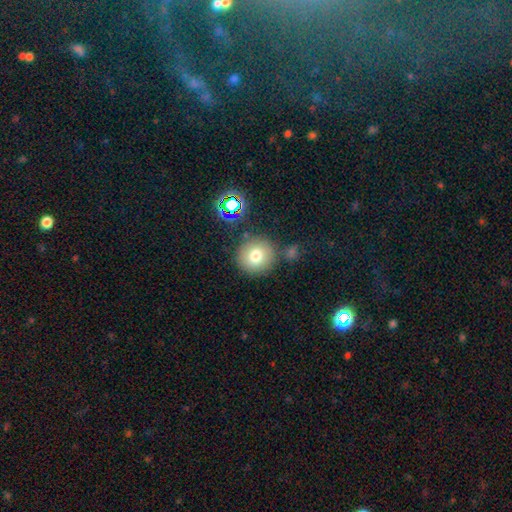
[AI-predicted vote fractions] smooth_or_featured: smooth (p=0.75) [alt: star or artifact p=0.14]
how_rounded: round (p=0.94) [alt: in between p=0.05]
merging: none (p=0.80) [alt: minor disturbance p=0.10]